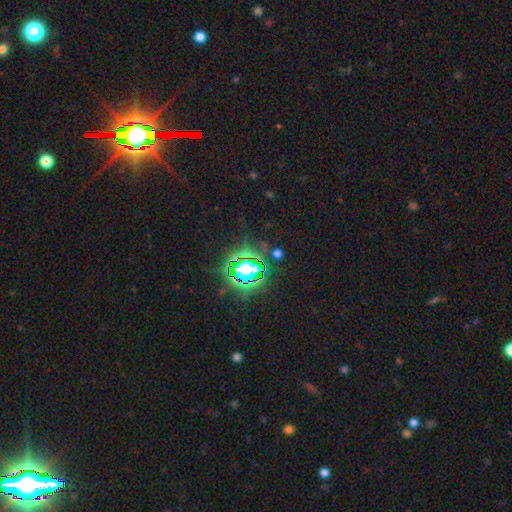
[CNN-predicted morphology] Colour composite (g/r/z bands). It shows a star or artifact, not a galaxy (85%).